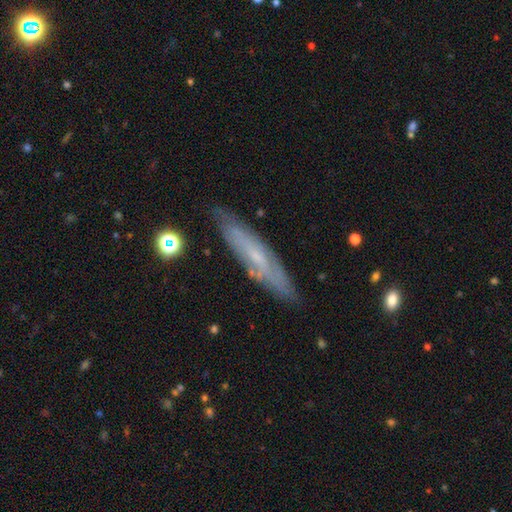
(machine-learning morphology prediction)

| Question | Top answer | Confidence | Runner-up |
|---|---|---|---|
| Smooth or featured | featured or disk | 61% | smooth (31%) |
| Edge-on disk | yes | 56% | no (44%) |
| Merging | none | 81% | minor disturbance (14%) |